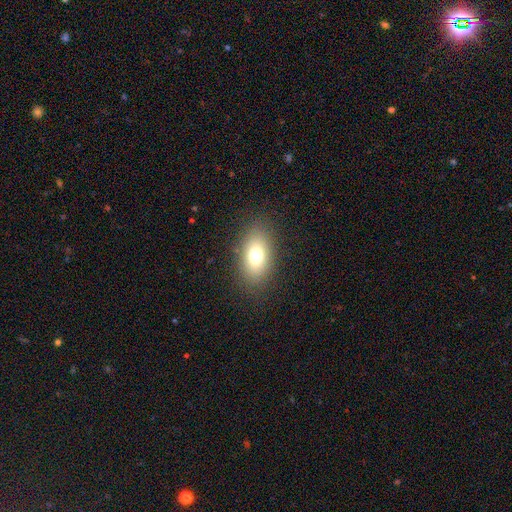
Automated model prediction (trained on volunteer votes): Smooth or featured? Predicted: smooth (p=0.74). How rounded? Predicted: in between (p=0.87). Merging? Predicted: none (p=0.85).